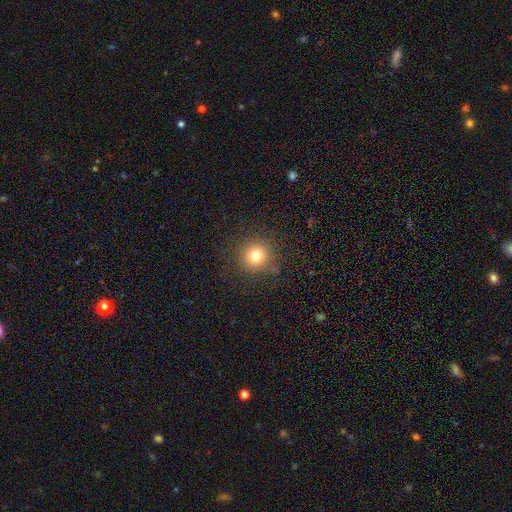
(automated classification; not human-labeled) Morphology: type=smooth (78%); roundness=round (94%); merging=none (88%).